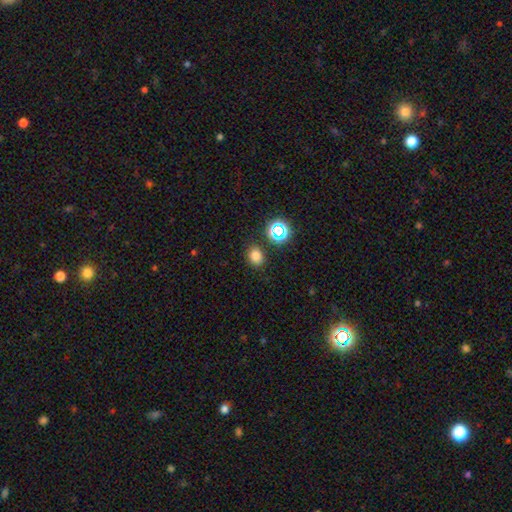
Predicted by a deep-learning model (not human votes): This is likely a smooth galaxy (76%). How rounded: possibly round (54%). Merging: clearly none (84%).